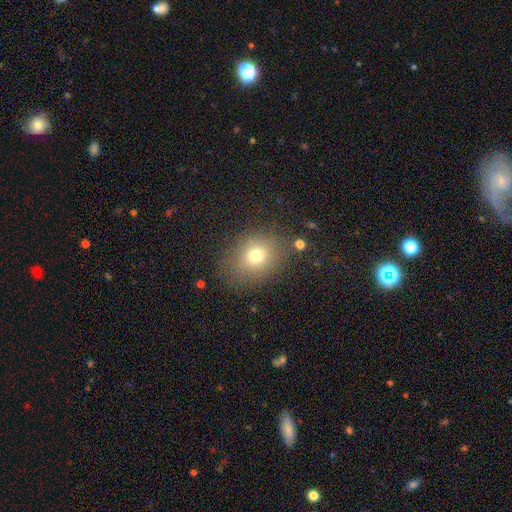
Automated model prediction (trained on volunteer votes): smooth_or_featured: smooth (p=0.73) [alt: star or artifact p=0.15]
how_rounded: round (p=0.53) [alt: in between p=0.46]
merging: none (p=0.79) [alt: minor disturbance p=0.13]